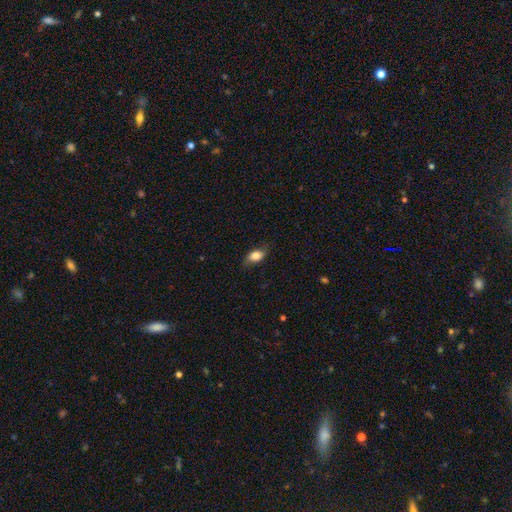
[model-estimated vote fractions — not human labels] The model was most divided on "merging": none: 73%, minor disturbance: 20%, major disturbance: 6%, merger: 1%. More confident: how rounded — in between (84%); smooth or featured — smooth (76%).